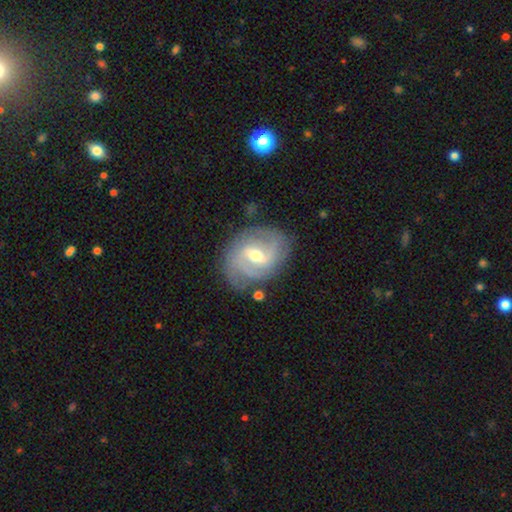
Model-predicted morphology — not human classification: The model was most divided on "spiral winding": medium: 42%, tight: 37%, loose: 21%. More confident: edge-on disk — no (96%); spiral arms — yes (91%); smooth or featured — featured or disk (80%); merging — none (74%); bulge size — moderate (62%); spiral arm count — 2 (55%); bar — weak (54%).